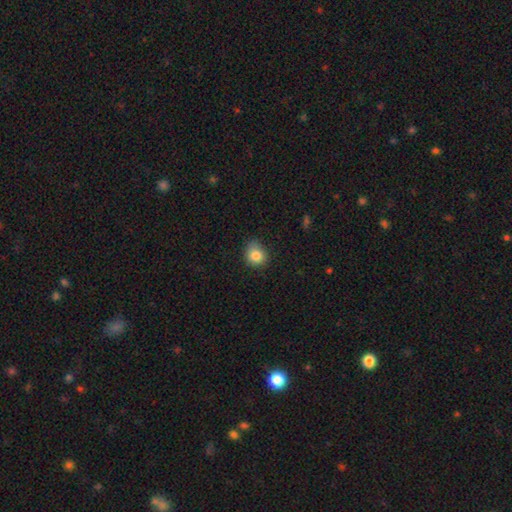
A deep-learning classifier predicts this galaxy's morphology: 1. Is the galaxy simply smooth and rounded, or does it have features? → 83% smooth, 10% star or artifact, 6% featured or disk.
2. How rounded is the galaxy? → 71% round, 28% in between, 1% cigar-shaped.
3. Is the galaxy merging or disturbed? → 64% none, 28% minor disturbance, 5% major disturbance, 2% merger.